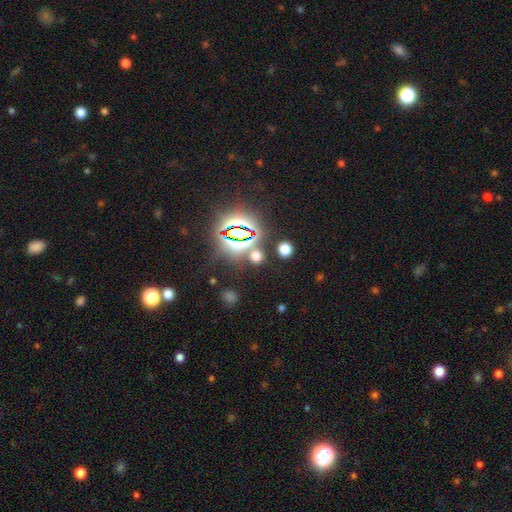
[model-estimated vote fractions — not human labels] A smooth galaxy with no disk features (48%).

Vote fractions:
- Smooth or featured? smooth: 48% / star or artifact: 46% / featured or disk: 6%
- Merging? none: 80% / merger: 9% / minor disturbance: 7% / major disturbance: 4%